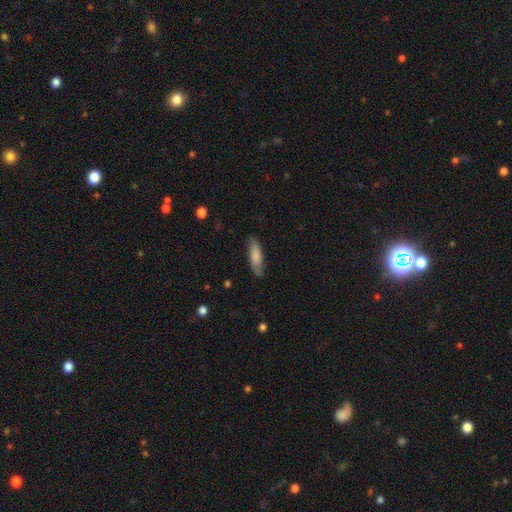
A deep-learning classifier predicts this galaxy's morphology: This is likely a smooth galaxy (78%). How rounded: possibly cigar-shaped (60%). Merging: clearly none (81%).